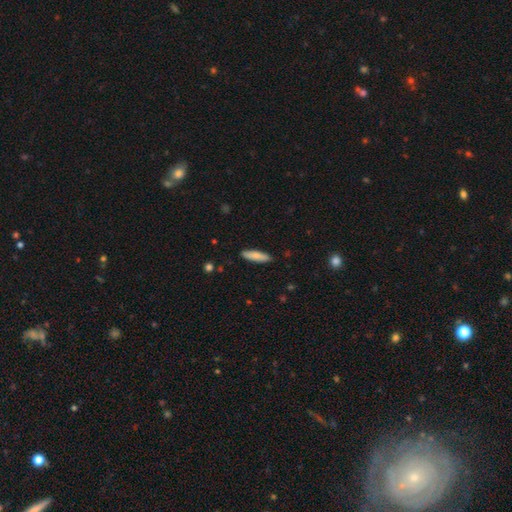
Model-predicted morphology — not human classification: Overall: smooth (80%). How rounded: cigar-shaped (62%; in between 36%). Merging: none (89%).